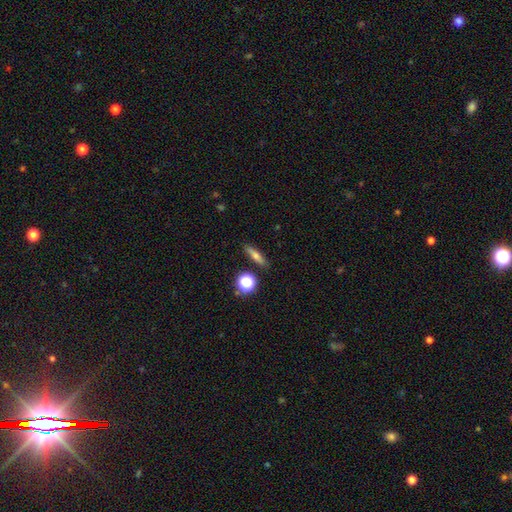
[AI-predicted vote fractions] Morphology: type=smooth (62%); roundness=cigar-shaped (65%); merging=none (85%).